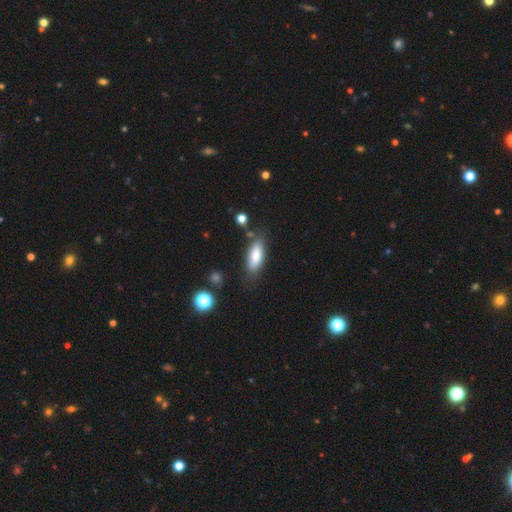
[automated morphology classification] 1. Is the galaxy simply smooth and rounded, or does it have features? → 80% smooth, 13% featured or disk, 7% star or artifact.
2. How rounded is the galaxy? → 76% in between, 22% cigar-shaped, 2% round.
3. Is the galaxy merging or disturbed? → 74% none, 17% minor disturbance, 5% merger, 4% major disturbance.